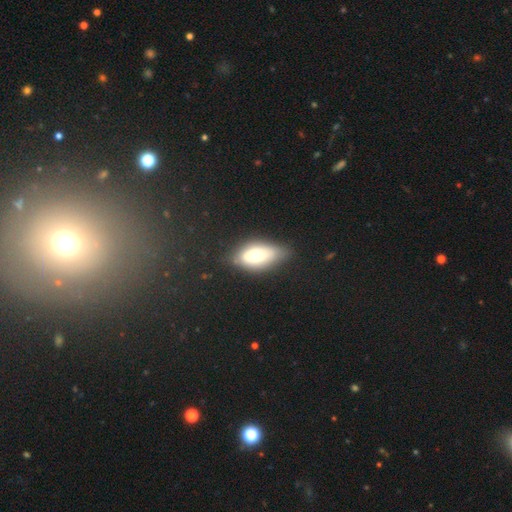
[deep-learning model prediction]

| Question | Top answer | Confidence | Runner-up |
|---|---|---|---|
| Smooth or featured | smooth | 67% | featured or disk (25%) |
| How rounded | in between | 88% | cigar-shaped (8%) |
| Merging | none | 65% | minor disturbance (26%) |